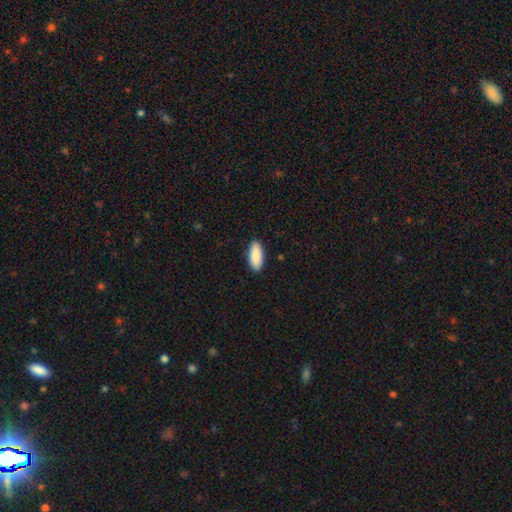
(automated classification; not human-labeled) Smooth or featured? smooth (91%)
How rounded? in between (83%)
Merging? none (91%)